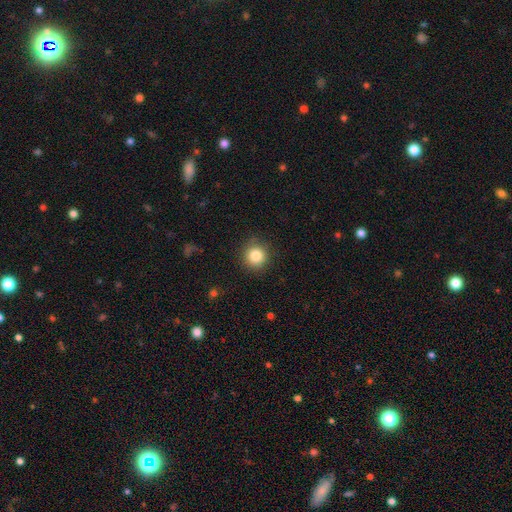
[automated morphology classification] A smooth galaxy with no disk features (84%) that is round (92%).

Vote fractions:
- Smooth or featured? smooth: 84% / star or artifact: 11% / featured or disk: 6%
- How rounded? round: 92% / in between: 7% / cigar-shaped: 1%
- Merging? none: 86% / minor disturbance: 10% / major disturbance: 3% / merger: 1%